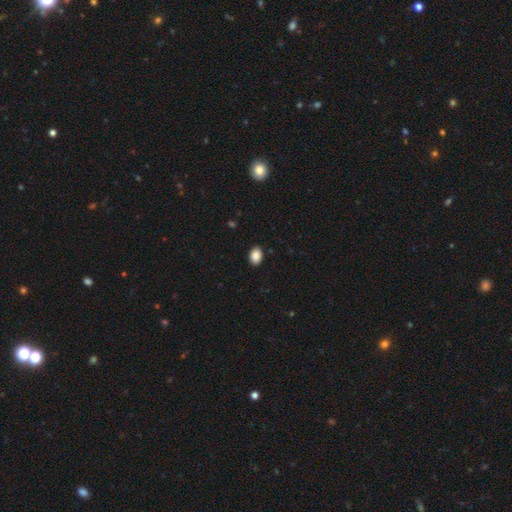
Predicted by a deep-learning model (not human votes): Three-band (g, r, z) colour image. It shows a smooth galaxy with no disk features (89%) that is in between round and cigar-shaped (79%). Merging: none (90%).